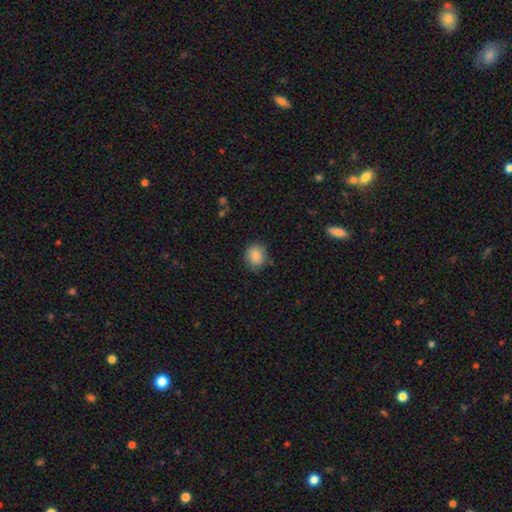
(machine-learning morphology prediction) Smooth or featured? smooth (87%)
How rounded? round (73%)
Merging? none (81%)